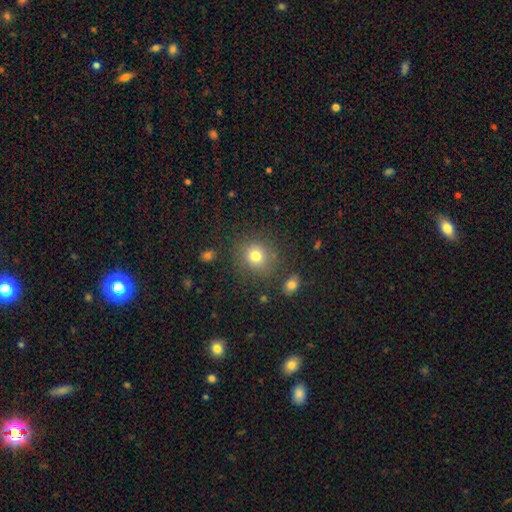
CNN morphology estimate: A smooth galaxy with no disk features (77%) that is round (82%). Merging: none (80%).